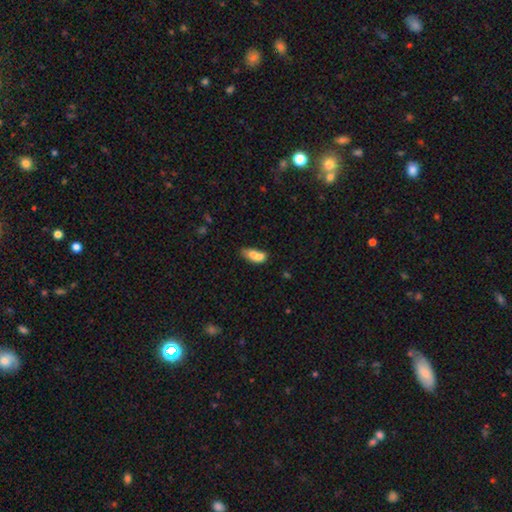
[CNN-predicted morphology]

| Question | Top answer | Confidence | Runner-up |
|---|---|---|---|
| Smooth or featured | smooth | 69% | featured or disk (22%) |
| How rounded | in between | 78% | round (11%) |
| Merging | merger | 59% | none (22%) |